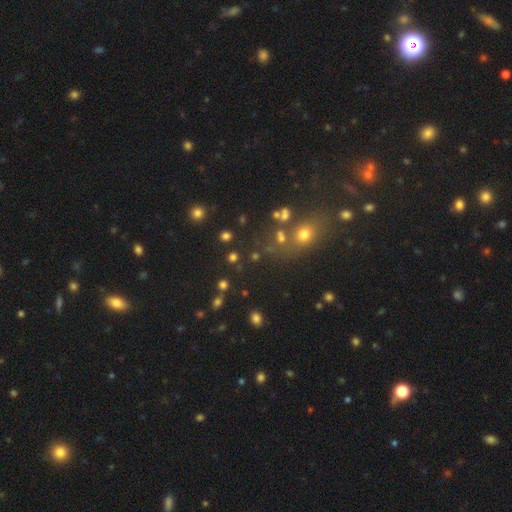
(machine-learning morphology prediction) The model was most divided on "smooth or featured": smooth: 45%, star or artifact: 43%, featured or disk: 12%. More confident: merging — none (66%).